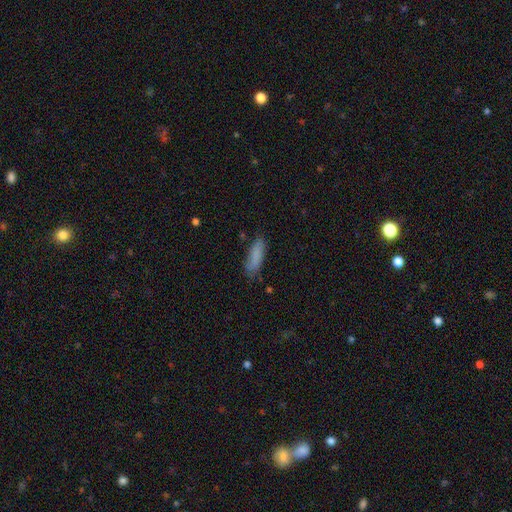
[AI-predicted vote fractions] Smooth or featured?
  - smooth: 84% *
  - featured or disk: 9%
  - star or artifact: 7%
How rounded?
  - cigar-shaped: 55% *
  - in between: 43%
  - round: 2%
Merging?
  - none: 73% *
  - minor disturbance: 20%
  - major disturbance: 5%
  - merger: 2%